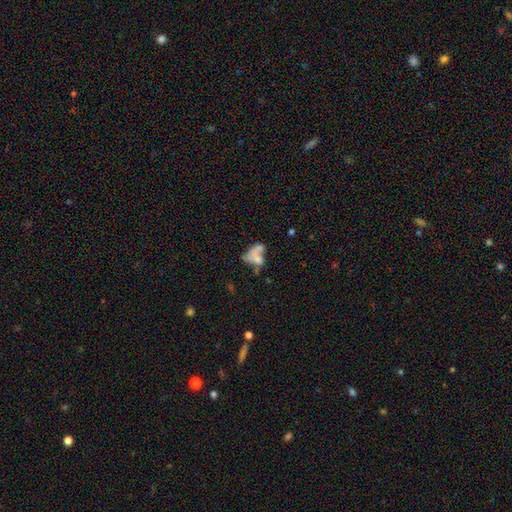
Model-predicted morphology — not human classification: Smooth or featured? smooth (51%)
How rounded? in between (76%)
Merging? merger (47%)